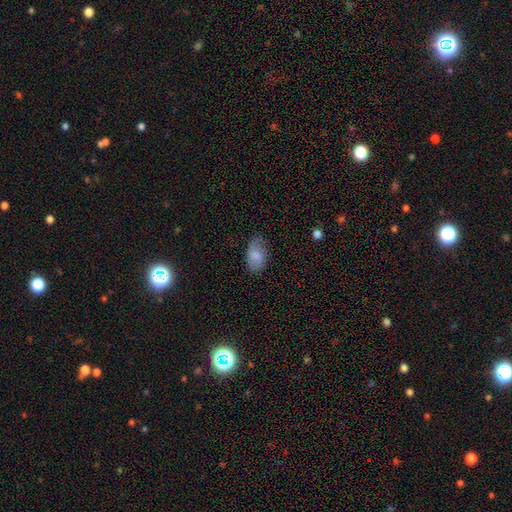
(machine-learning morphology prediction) Smooth or featured? smooth (80%)
How rounded? in between (93%)
Merging? none (69%)